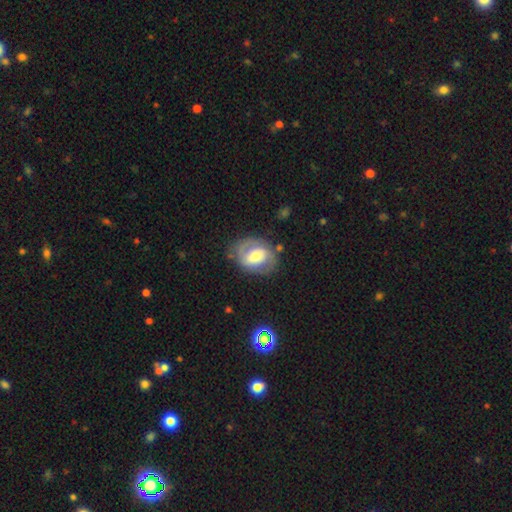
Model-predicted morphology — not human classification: smooth_or_featured: featured or disk (p=0.62) [alt: smooth p=0.31]
disk_edge_on: no (p=0.96) [alt: yes p=0.04]
bar: weak (p=0.40) [alt: no p=0.37]
has_spiral_arms: yes (p=0.71) [alt: no p=0.29]
bulge_size: moderate (p=0.56) [alt: small p=0.23]
merging: none (p=0.70) [alt: minor disturbance p=0.19]